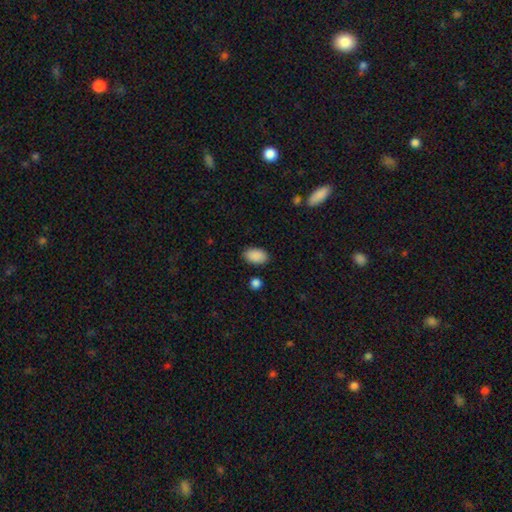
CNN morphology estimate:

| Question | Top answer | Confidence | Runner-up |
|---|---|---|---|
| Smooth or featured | smooth | 90% | star or artifact (7%) |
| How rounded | in between | 91% | round (7%) |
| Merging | none | 85% | minor disturbance (10%) |